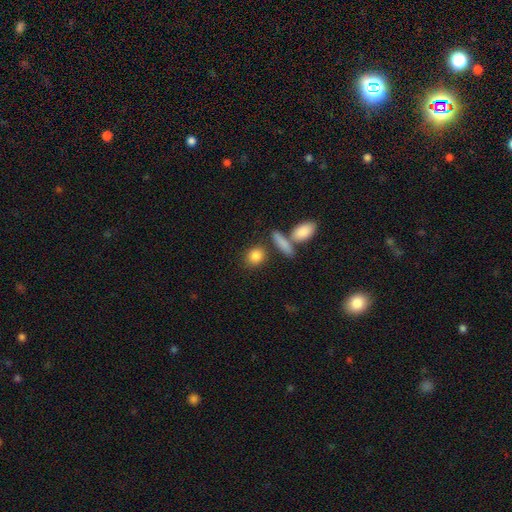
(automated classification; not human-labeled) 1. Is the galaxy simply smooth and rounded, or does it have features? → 84% smooth, 8% featured or disk, 8% star or artifact.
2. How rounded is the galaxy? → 52% round, 41% in between, 7% cigar-shaped.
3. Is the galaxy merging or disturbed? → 73% none, 12% merger, 10% minor disturbance, 4% major disturbance.